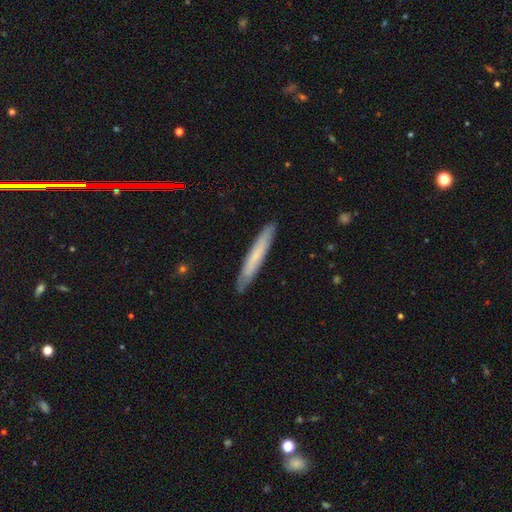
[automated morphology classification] A smooth galaxy with no disk features (60%) that is cigar-shaped (95%).

Vote fractions:
- Smooth or featured? smooth: 60% / featured or disk: 34% / star or artifact: 6%
- How rounded? cigar-shaped: 95% / in between: 4% / round: 1%
- Merging? none: 88% / minor disturbance: 9% / major disturbance: 1% / merger: 1%